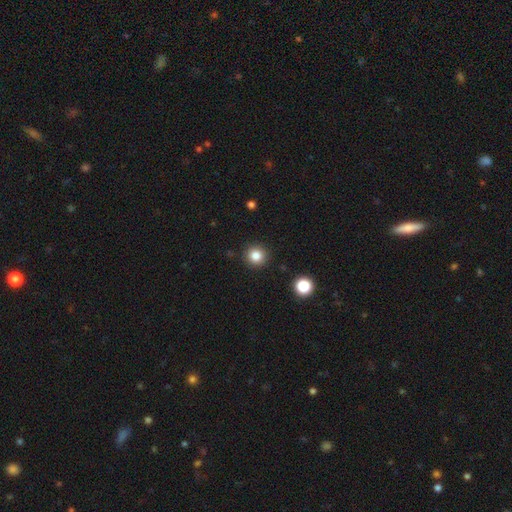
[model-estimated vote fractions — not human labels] Overall: smooth (83%). How rounded: round (94%). Merging: none (91%).